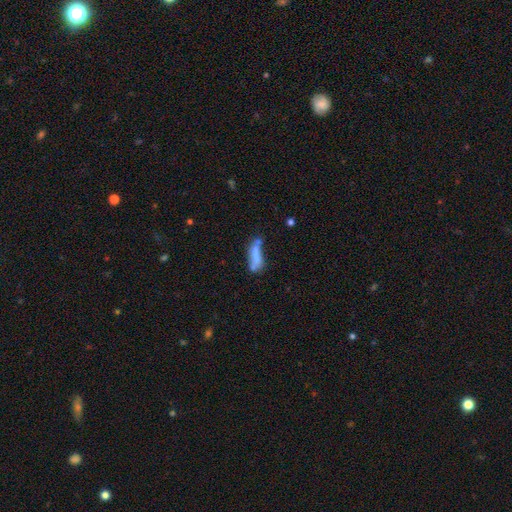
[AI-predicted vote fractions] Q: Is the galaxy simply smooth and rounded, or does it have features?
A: smooth — 62%.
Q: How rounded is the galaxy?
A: cigar-shaped — 53%.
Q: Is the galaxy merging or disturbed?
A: none — 33%.